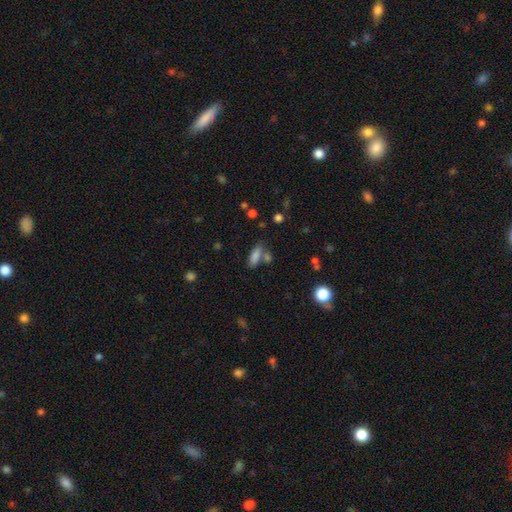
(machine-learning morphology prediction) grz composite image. It shows a smooth galaxy with no disk features (81%) that is in between round and cigar-shaped (70%). Merging: none (58%).